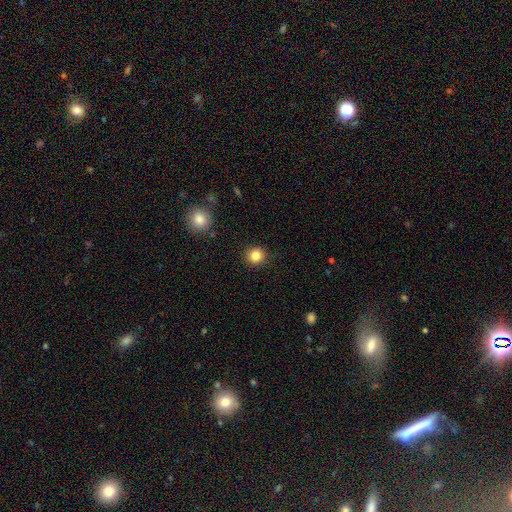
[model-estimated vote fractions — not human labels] The model was most divided on "smooth or featured": smooth: 83%, star or artifact: 12%, featured or disk: 5%. More confident: how rounded — round (91%); merging — none (91%).